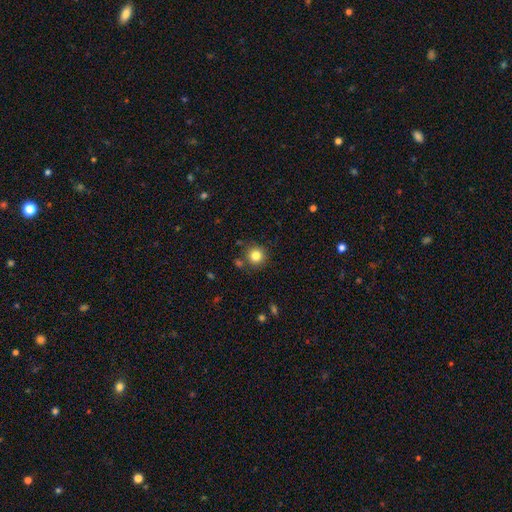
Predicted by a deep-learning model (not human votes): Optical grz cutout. It shows a smooth galaxy with no disk features (82%) that is round (94%). Merging: none (83%).